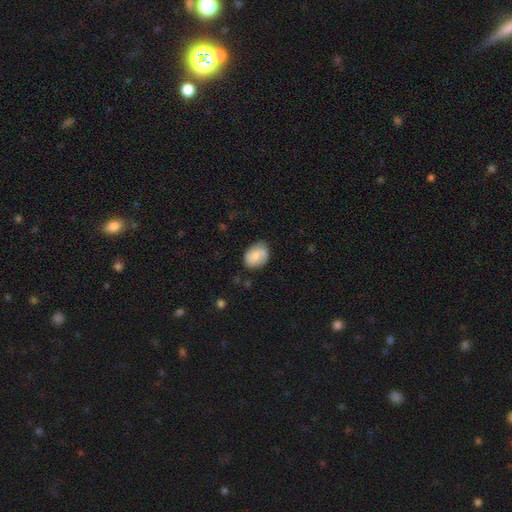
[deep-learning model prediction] Morphology: type=smooth (56%); roundness=in between (65%); merging=none (71%).